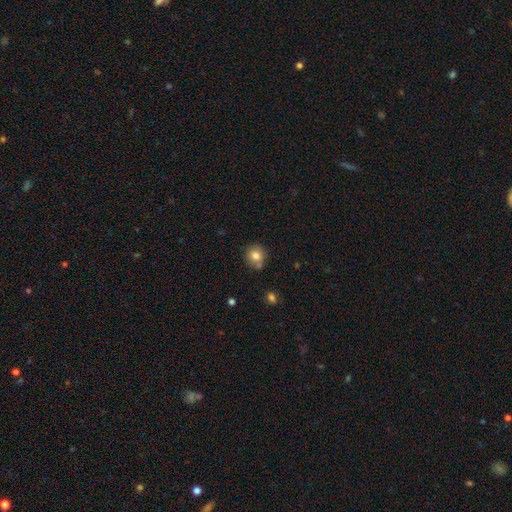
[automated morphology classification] A smooth galaxy with no disk features (80%) that is round (89%).

Vote fractions:
- Smooth or featured? smooth: 80% / star or artifact: 11% / featured or disk: 9%
- How rounded? round: 89% / in between: 10% / cigar-shaped: 1%
- Merging? none: 75% / minor disturbance: 13% / merger: 10% / major disturbance: 3%